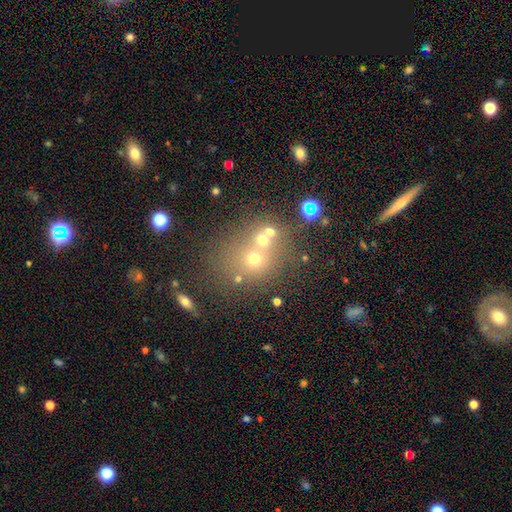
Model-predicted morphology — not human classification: smooth_or_featured: smooth (p=0.53) [alt: star or artifact p=0.27]
how_rounded: round (p=0.76) [alt: in between p=0.23]
merging: none (p=0.51) [alt: merger p=0.34]